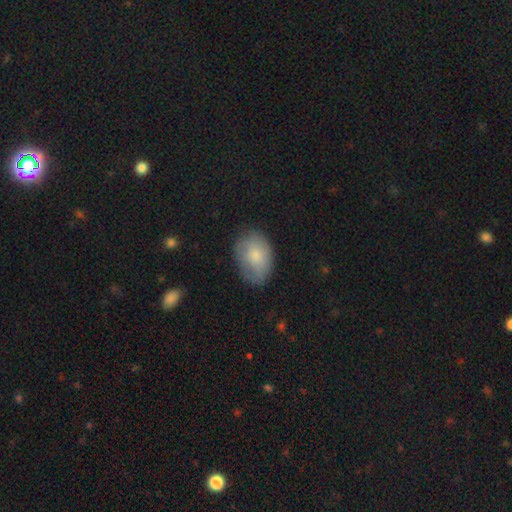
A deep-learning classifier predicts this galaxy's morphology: smooth-or-featured: smooth: 77% | featured or disk: 16% | star or artifact: 7%
  how-rounded: in between: 83% | round: 16% | cigar-shaped: 1%
  merging: none: 67% | minor disturbance: 25% | major disturbance: 7% | merger: 1%